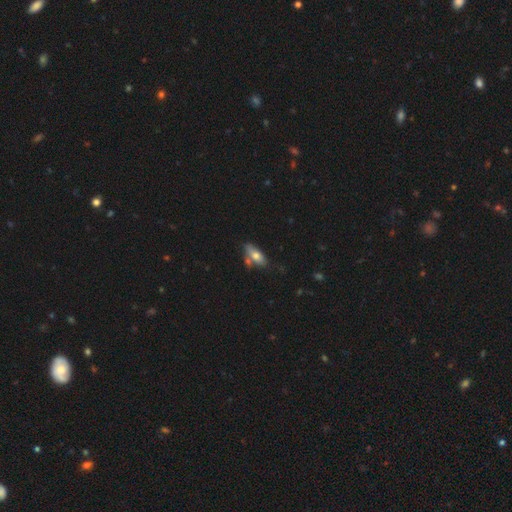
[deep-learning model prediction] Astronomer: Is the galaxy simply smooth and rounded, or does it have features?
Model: smooth — 69%.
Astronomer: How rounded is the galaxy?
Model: in between — 79%.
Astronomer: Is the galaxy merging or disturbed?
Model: none — 58%.